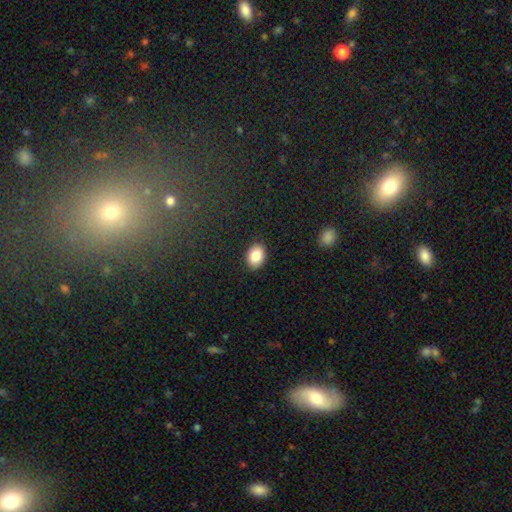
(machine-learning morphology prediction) Smooth or featured? smooth (85%)
How rounded? in between (76%)
Merging? none (89%)